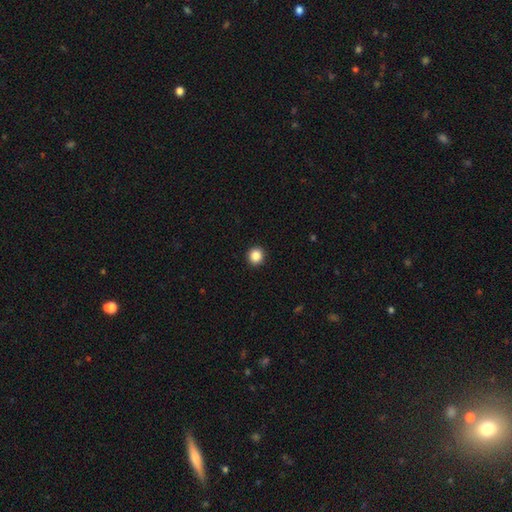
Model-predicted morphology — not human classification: A smooth galaxy with no disk features (87%) that is round (94%). Merging: none (94%).